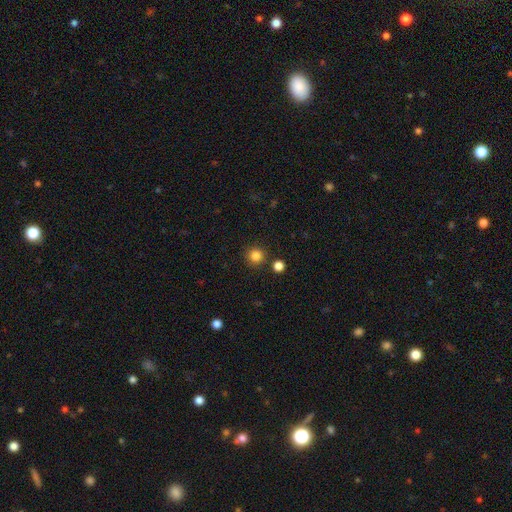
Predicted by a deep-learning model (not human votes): This appears to be a smooth galaxy with no disk features (84%) that is round (94%). Merging: none (87%).